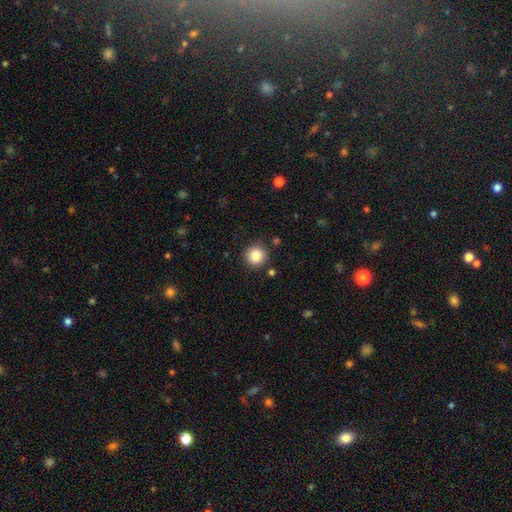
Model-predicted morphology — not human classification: Smooth or featured?
  - smooth: 84% *
  - star or artifact: 10%
  - featured or disk: 6%
How rounded?
  - round: 95% *
  - in between: 4%
  - cigar-shaped: 1%
Merging?
  - none: 88% *
  - minor disturbance: 7%
  - merger: 2%
  - major disturbance: 2%